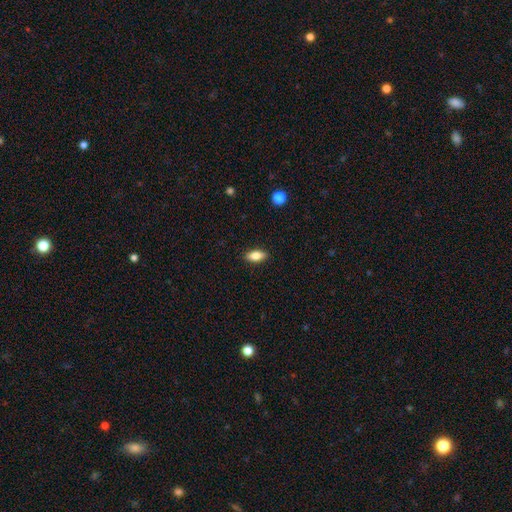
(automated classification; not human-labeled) Overall: smooth (77%). How rounded: in between (85%). Merging: none (89%).